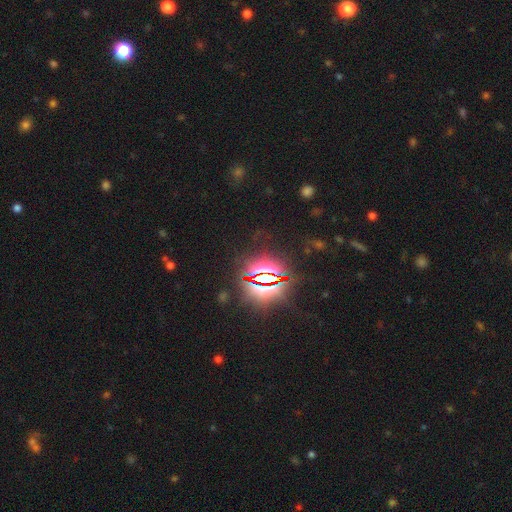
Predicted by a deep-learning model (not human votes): star or artifact 85%, smooth 9%, featured or disk 6%.